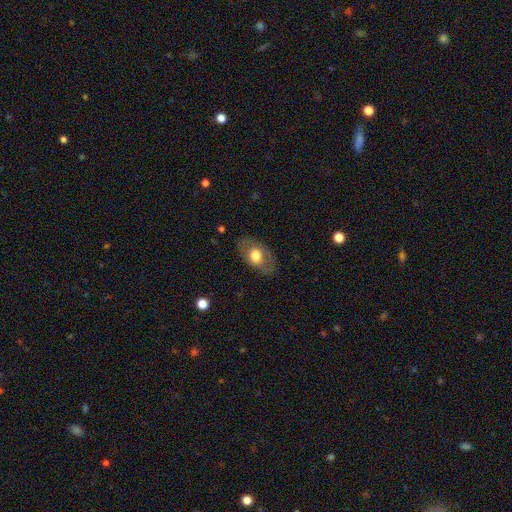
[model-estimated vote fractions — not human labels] smooth_or_featured: smooth (p=0.58) [alt: featured or disk p=0.35]
how_rounded: in between (p=0.85) [alt: round p=0.13]
merging: none (p=0.77) [alt: minor disturbance p=0.15]